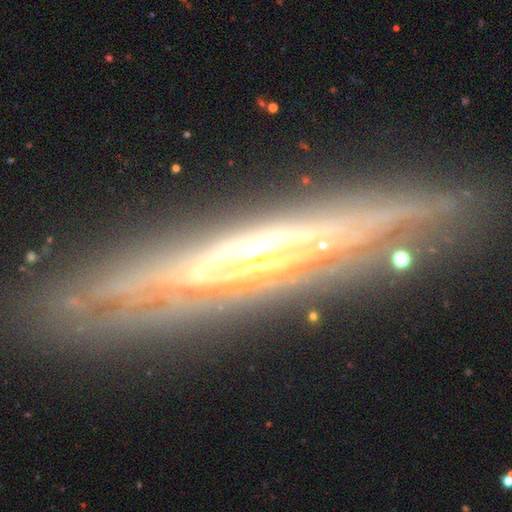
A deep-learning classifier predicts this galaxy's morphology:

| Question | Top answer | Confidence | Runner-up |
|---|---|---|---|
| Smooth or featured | featured or disk | 82% | smooth (10%) |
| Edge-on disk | yes | 80% | no (20%) |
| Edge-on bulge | rounded | 63% | none (29%) |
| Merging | none | 84% | minor disturbance (10%) |